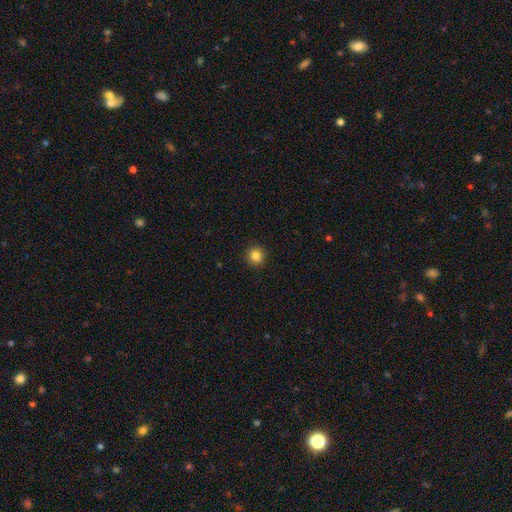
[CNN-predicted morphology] Smooth or featured? smooth (85%)
How rounded? round (92%)
Merging? none (92%)